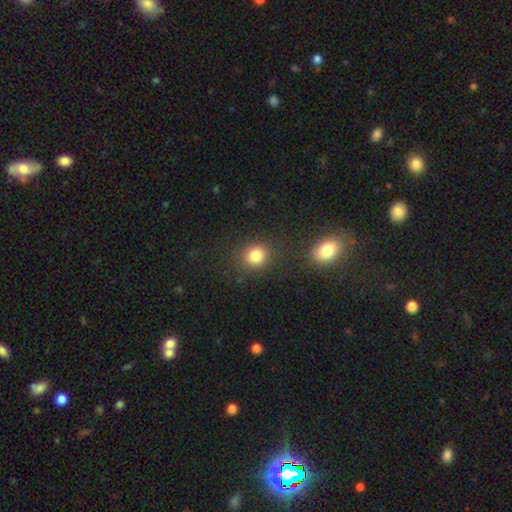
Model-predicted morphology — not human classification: smooth-or-featured: smooth: 83% | star or artifact: 12% | featured or disk: 6%
  how-rounded: round: 77% | in between: 22% | cigar-shaped: 1%
  merging: none: 82% | minor disturbance: 10% | merger: 5% | major disturbance: 4%